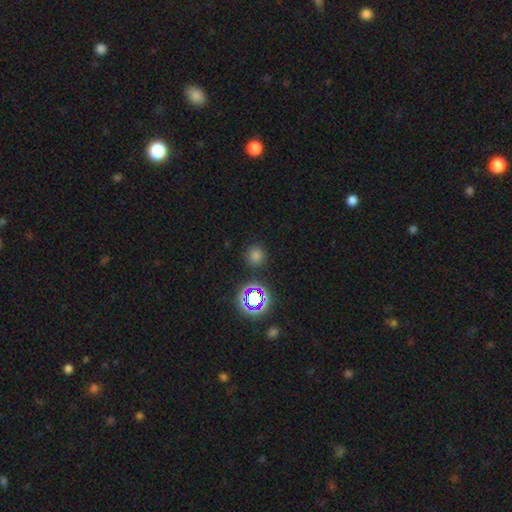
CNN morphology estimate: smooth 63%, star or artifact 30%, featured or disk 6%. Down the decision tree: how rounded — round (93%); merging — none (87%).